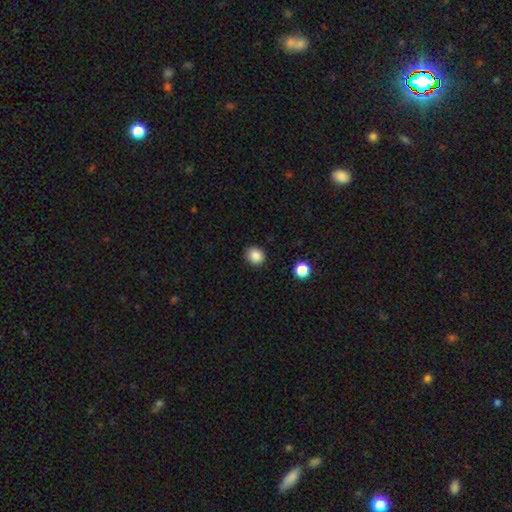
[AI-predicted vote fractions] A smooth galaxy with no disk features (86%) that is round (75%). Merging: none (89%).